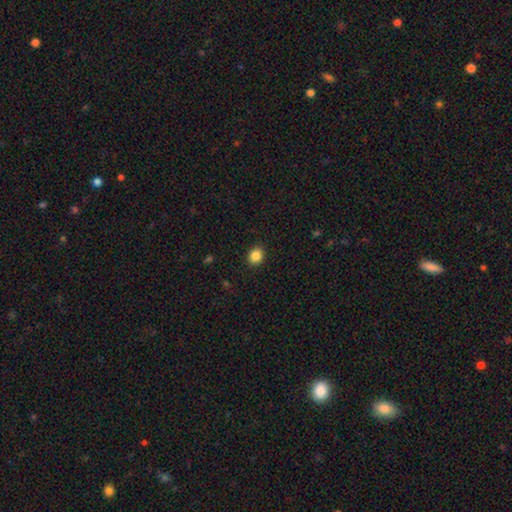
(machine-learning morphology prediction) Smooth or featured: smooth — 85% (star or artifact — 10%)
How rounded: round — 66% (in between — 33%)
Merging: none — 91% (minor disturbance — 7%)